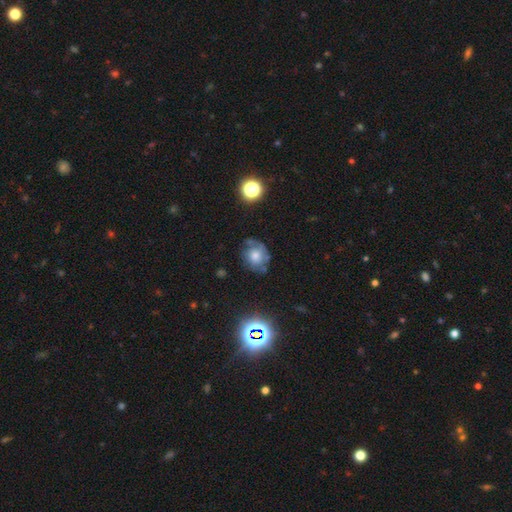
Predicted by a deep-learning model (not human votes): The model was most divided on "smooth or featured": featured or disk: 54%, smooth: 33%, star or artifact: 14%. Remaining: edge-on disk — no (97%); bar — no (81%); spiral arms — yes (78%); merging — none (58%); bulge size — moderate (48%).